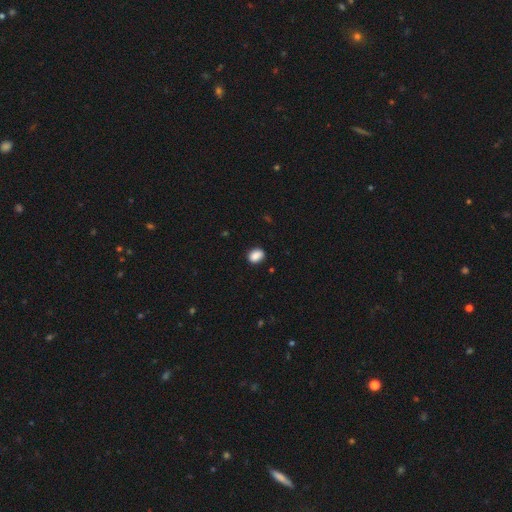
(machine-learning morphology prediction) type=smooth (88%); roundness=in between (63%); merging=none (86%).